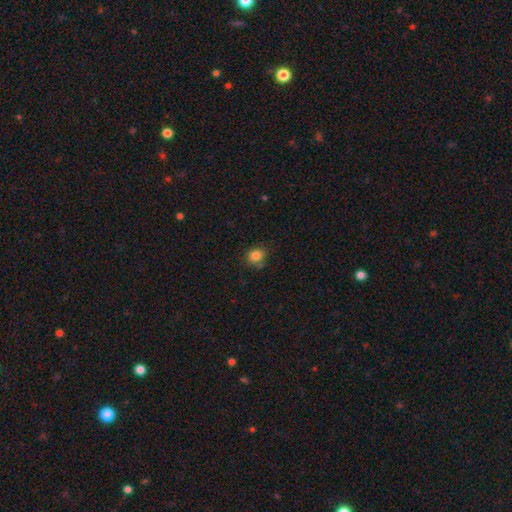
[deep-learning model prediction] The model was most divided on "how rounded": round: 73%, in between: 26%, cigar-shaped: 1%. More confident: smooth or featured — smooth (84%); merging — none (77%).